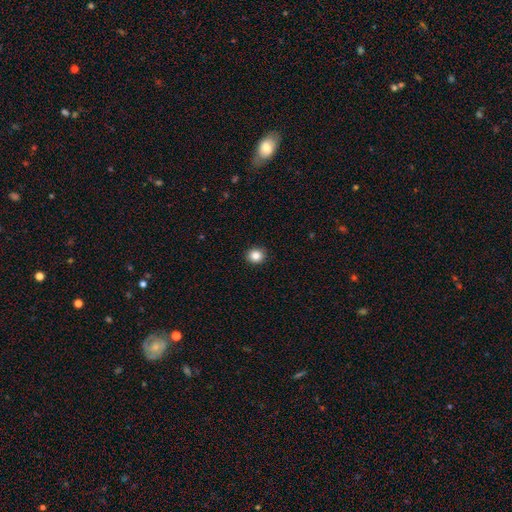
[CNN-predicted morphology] The model was most divided on "how rounded": round: 86%, in between: 13%, cigar-shaped: 1%. More confident: merging — none (93%); smooth or featured — smooth (85%).